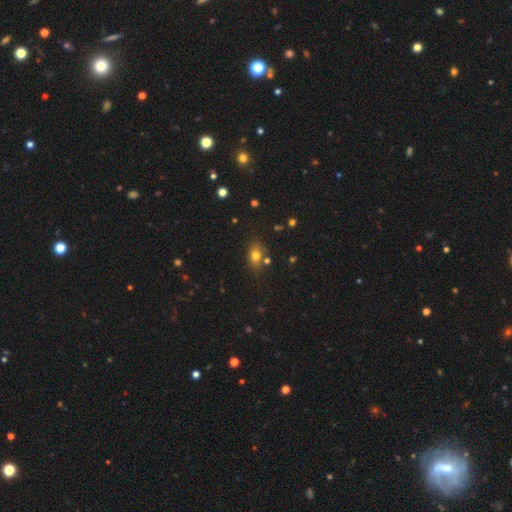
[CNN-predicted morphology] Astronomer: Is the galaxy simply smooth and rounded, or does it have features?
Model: smooth — 74%.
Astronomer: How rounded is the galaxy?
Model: in between — 70%.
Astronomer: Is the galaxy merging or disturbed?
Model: none — 74%.